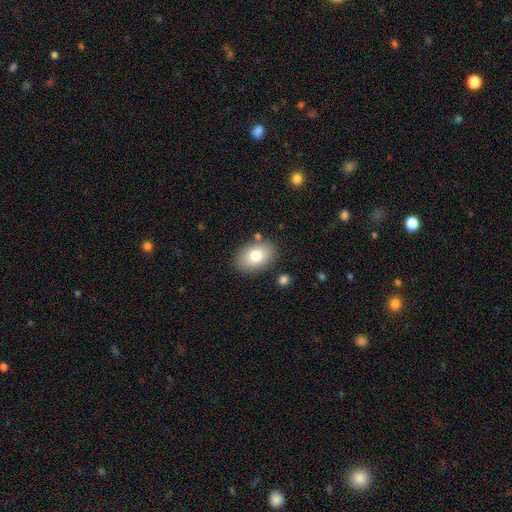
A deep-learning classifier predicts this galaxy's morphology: smooth-or-featured: smooth: 78% | featured or disk: 14% | star or artifact: 8%
  how-rounded: in between: 87% | round: 12% | cigar-shaped: 1%
  merging: none: 84% | minor disturbance: 11% | merger: 3% | major disturbance: 3%